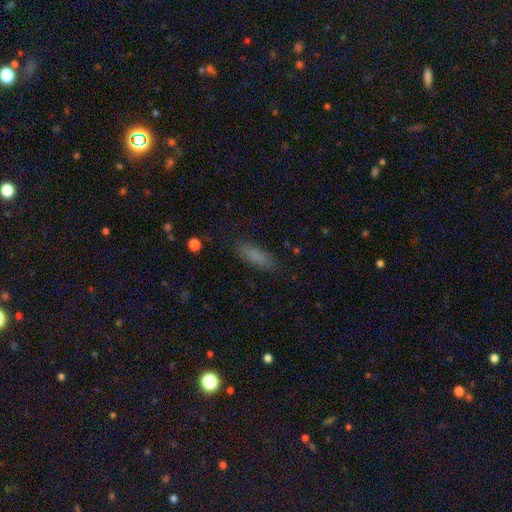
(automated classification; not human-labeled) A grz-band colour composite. It shows a smooth galaxy with no disk features (83%) that is in between round and cigar-shaped (50%). Merging: none (85%).